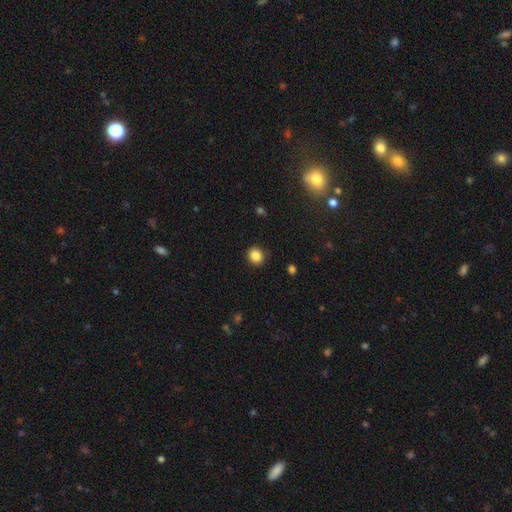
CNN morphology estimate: smooth-or-featured: smooth: 85% | star or artifact: 11% | featured or disk: 4%
  how-rounded: round: 85% | in between: 14% | cigar-shaped: 1%
  merging: none: 89% | minor disturbance: 7% | major disturbance: 2% | merger: 1%